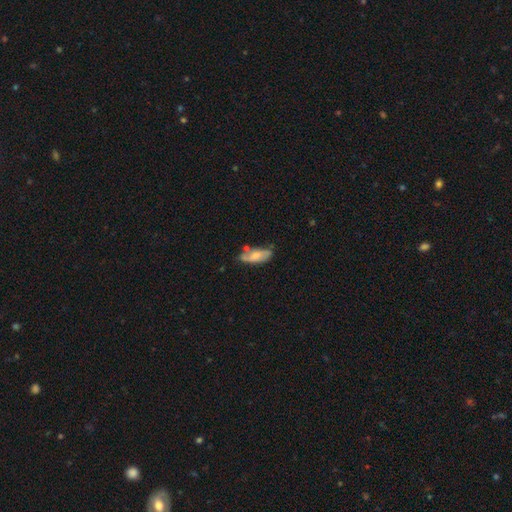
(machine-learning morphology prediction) Q: Smooth or featured?
A: smooth (55%); runner-up: featured or disk (38%)
Q: How rounded?
A: in between (78%); runner-up: cigar-shaped (20%)
Q: Merging?
A: none (49%); runner-up: minor disturbance (30%)